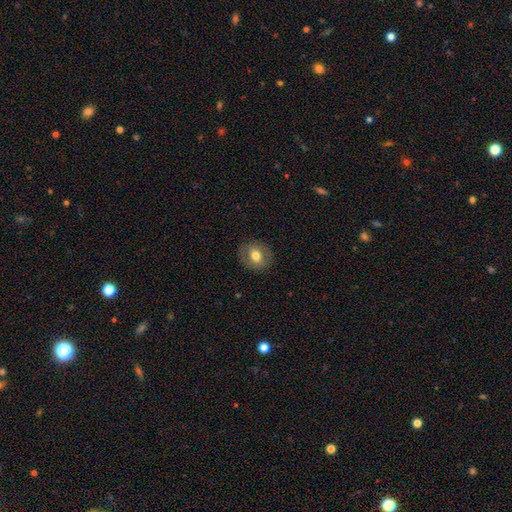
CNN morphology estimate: Smooth or featured: smooth — 66% (featured or disk — 26%)
How rounded: round — 64% (in between — 36%)
Merging: none — 86% (minor disturbance — 10%)